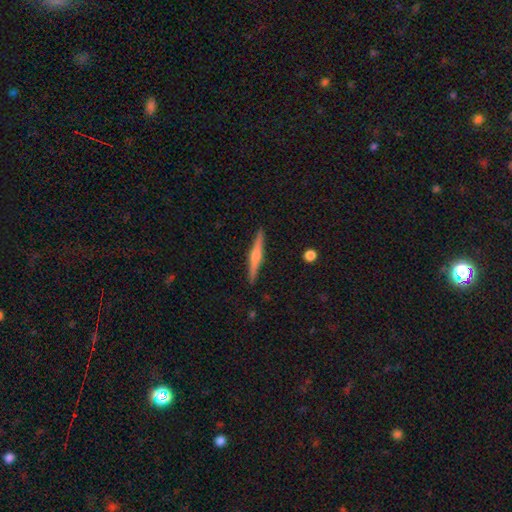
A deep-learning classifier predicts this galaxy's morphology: Q: Smooth or featured?
A: featured or disk (73%); runner-up: smooth (22%)
Q: Edge-on disk?
A: yes (98%); runner-up: no (2%)
Q: Edge-on bulge?
A: rounded (82%); runner-up: boxy (10%)
Q: Merging?
A: none (92%); runner-up: minor disturbance (5%)